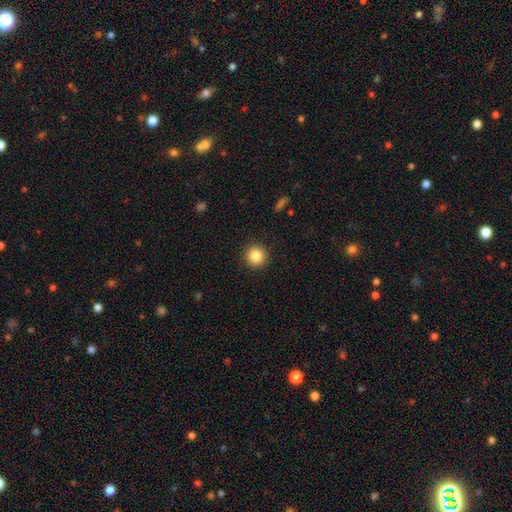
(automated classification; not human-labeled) Q: Smooth or featured?
A: smooth (85%); runner-up: star or artifact (10%)
Q: How rounded?
A: round (95%); runner-up: in between (5%)
Q: Merging?
A: none (92%); runner-up: minor disturbance (5%)